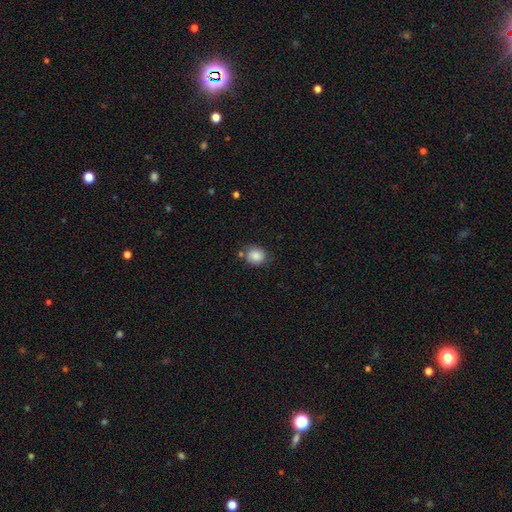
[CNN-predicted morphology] Overall: smooth (84%). How rounded: round (73%). Merging: none (73%).